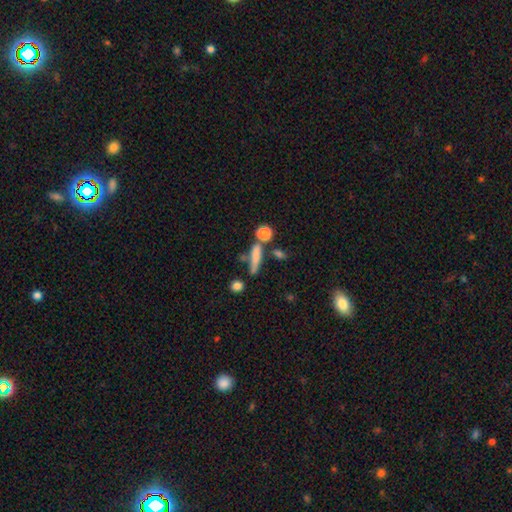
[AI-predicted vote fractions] smooth-or-featured: smooth: 70% | featured or disk: 19% | star or artifact: 11%
  how-rounded: cigar-shaped: 70% | in between: 22% | round: 8%
  merging: none: 52% | merger: 21% | minor disturbance: 17% | major disturbance: 10%